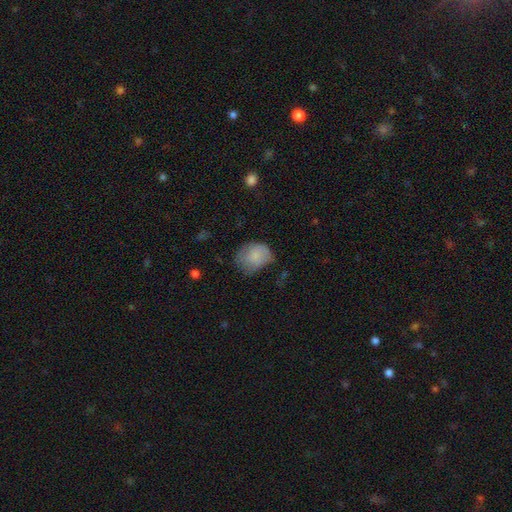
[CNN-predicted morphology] Smooth or featured?
  - smooth: 78% *
  - featured or disk: 14%
  - star or artifact: 8%
How rounded?
  - in between: 57% *
  - round: 42%
  - cigar-shaped: 1%
Merging?
  - none: 40% *
  - minor disturbance: 39%
  - major disturbance: 19%
  - merger: 3%